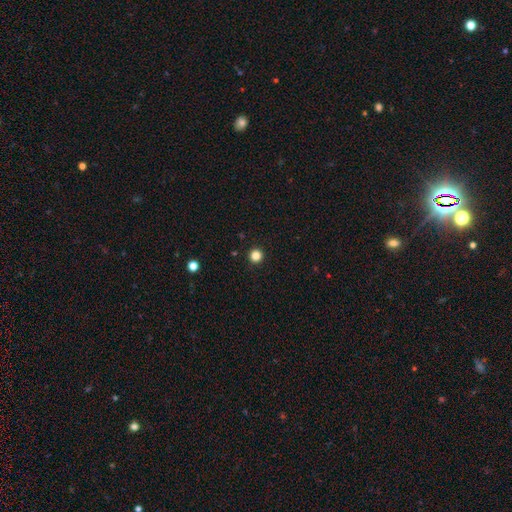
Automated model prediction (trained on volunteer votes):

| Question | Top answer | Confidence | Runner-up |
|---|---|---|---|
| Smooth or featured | smooth | 84% | star or artifact (13%) |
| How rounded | round | 96% | in between (3%) |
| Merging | none | 94% | minor disturbance (4%) |